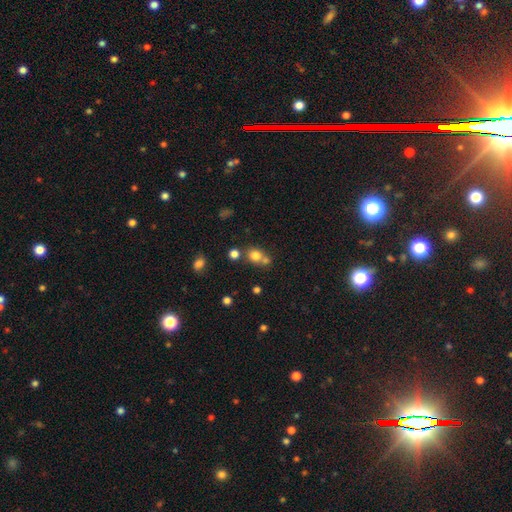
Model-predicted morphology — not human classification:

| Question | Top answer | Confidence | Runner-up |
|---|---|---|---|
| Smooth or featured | smooth | 77% | star or artifact (14%) |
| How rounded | round | 78% | in between (21%) |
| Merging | none | 49% | merger (40%) |